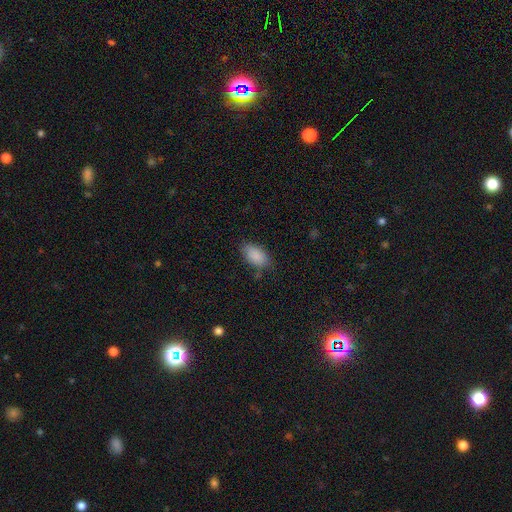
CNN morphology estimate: smooth 88%, star or artifact 7%, featured or disk 5%. Down the decision tree: how rounded — in between (93%); merging — none (75%).